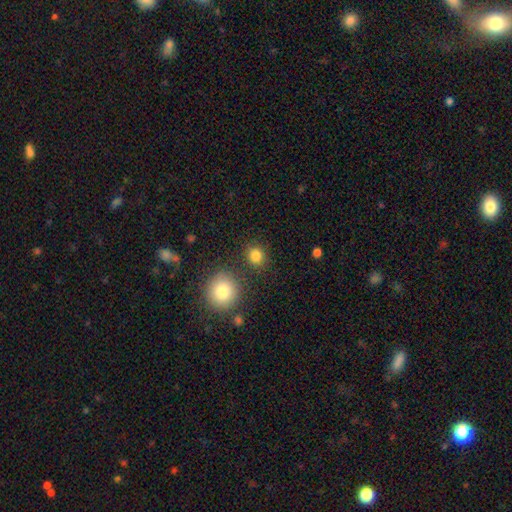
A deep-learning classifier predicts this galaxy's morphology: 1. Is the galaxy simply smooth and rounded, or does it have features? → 83% smooth, 12% star or artifact, 5% featured or disk.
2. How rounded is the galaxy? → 82% round, 17% in between, 1% cigar-shaped.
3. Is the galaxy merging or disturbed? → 85% none, 8% minor disturbance, 4% merger, 3% major disturbance.